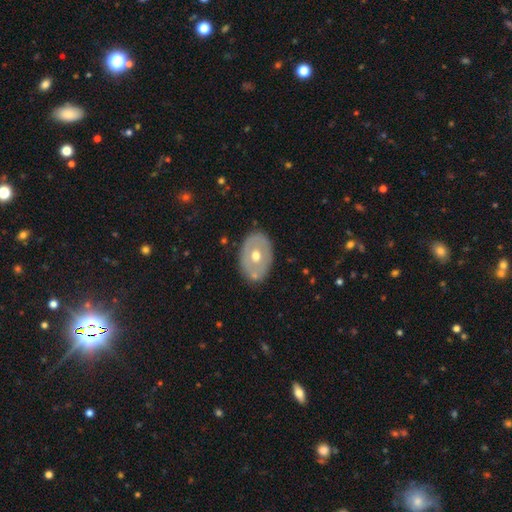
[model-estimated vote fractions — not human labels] smooth_or_featured: featured or disk (p=0.54) [alt: smooth p=0.40]
disk_edge_on: no (p=0.90) [alt: yes p=0.10]
merging: none (p=0.79) [alt: minor disturbance p=0.14]